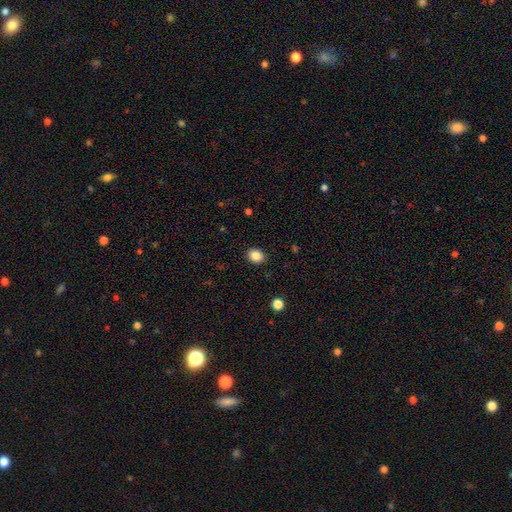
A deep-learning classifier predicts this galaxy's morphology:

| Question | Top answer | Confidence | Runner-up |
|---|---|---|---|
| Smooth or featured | smooth | 86% | star or artifact (10%) |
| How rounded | round | 57% | in between (42%) |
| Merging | none | 90% | minor disturbance (7%) |